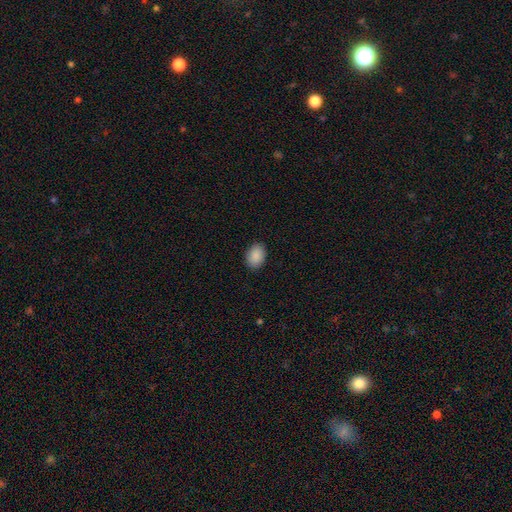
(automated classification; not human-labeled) Smooth or featured?
  - smooth: 90% *
  - star or artifact: 7%
  - featured or disk: 3%
How rounded?
  - in between: 76% *
  - round: 23%
  - cigar-shaped: 1%
Merging?
  - none: 89% *
  - minor disturbance: 8%
  - major disturbance: 2%
  - merger: 1%